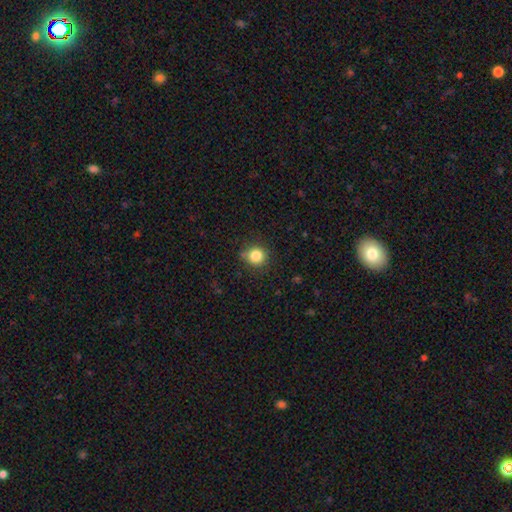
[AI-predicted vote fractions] Q: Smooth or featured?
A: smooth (84%); runner-up: star or artifact (11%)
Q: How rounded?
A: round (90%); runner-up: in between (9%)
Q: Merging?
A: none (84%); runner-up: minor disturbance (11%)